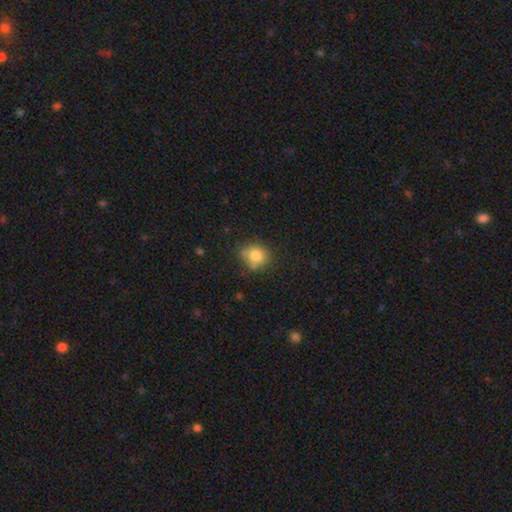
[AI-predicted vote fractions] Smooth or featured: smooth — 79% (star or artifact — 11%)
How rounded: round — 77% (in between — 22%)
Merging: none — 70% (minor disturbance — 19%)